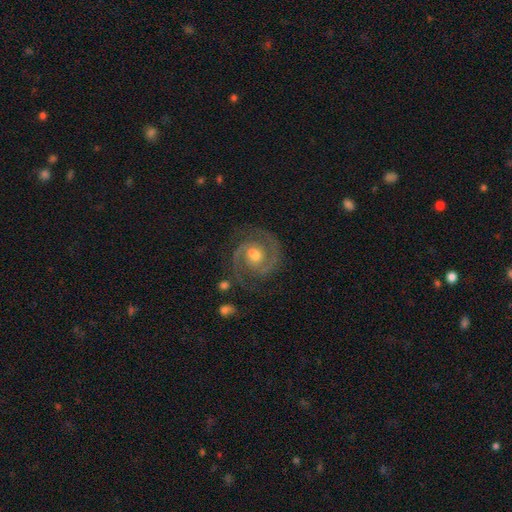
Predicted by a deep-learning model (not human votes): Overall: featured or disk (91%). Edge-on disk: no (98%). Bar: no (47%; weak 39%). Spiral arms: yes (98%). Spiral arm count: 2 (92%). Spiral winding: medium (47%, tied with tight). Bulge size: moderate (73%). Merging: none (81%).